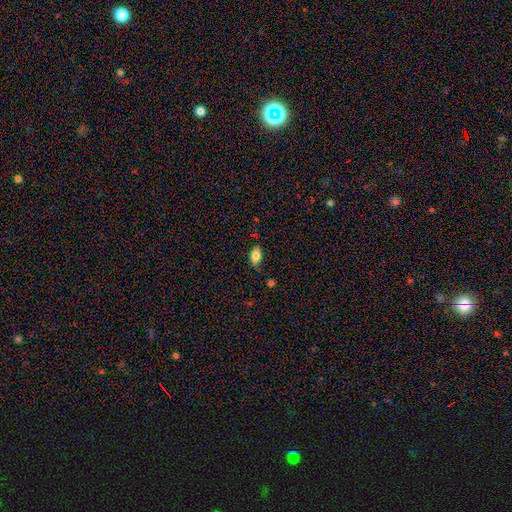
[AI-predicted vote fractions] Overall: smooth (82%). How rounded: in between (90%). Merging: none (71%).